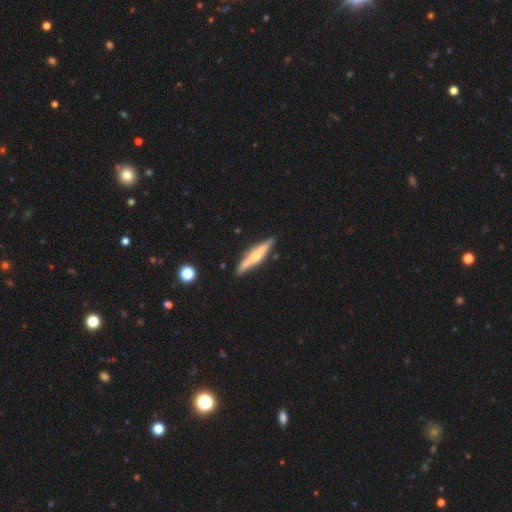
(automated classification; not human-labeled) featured or disk 59%, smooth 36%, star or artifact 6%. Down the decision tree: edge-on disk — yes (95%); edge-on bulge — rounded (68%); merging — none (85%).